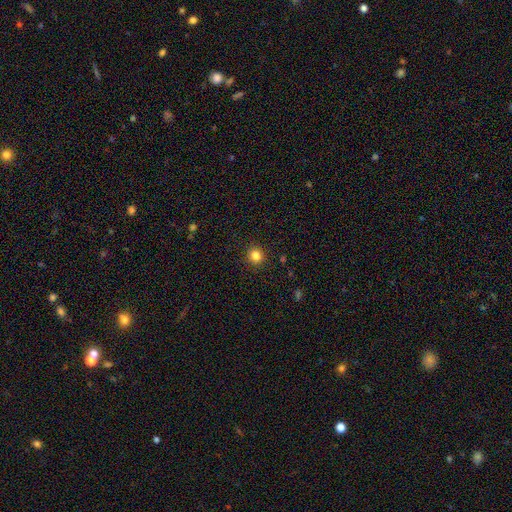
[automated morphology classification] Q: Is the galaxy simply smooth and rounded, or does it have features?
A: smooth — 83%.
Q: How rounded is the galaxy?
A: round — 91%.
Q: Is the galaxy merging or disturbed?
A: none — 92%.